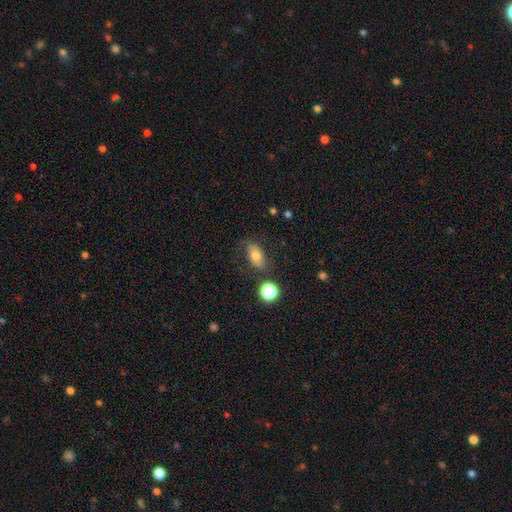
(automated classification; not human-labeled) Smooth or featured: smooth — 62% (featured or disk — 26%)
How rounded: in between — 84% (round — 11%)
Merging: none — 69% (minor disturbance — 18%)